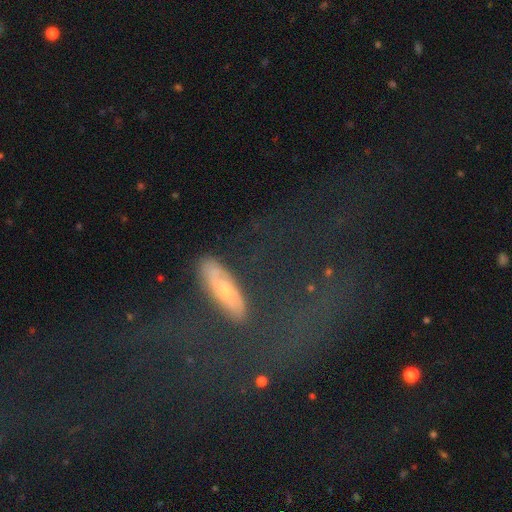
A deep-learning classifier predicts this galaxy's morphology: smooth_or_featured: featured or disk (p=0.44) [alt: smooth p=0.36]
merging: major disturbance (p=0.43) [alt: none p=0.32]